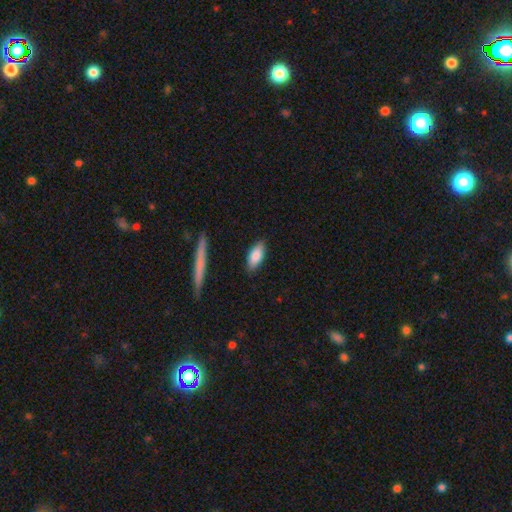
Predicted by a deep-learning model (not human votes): Smooth or featured? smooth (83%)
How rounded? in between (83%)
Merging? none (86%)